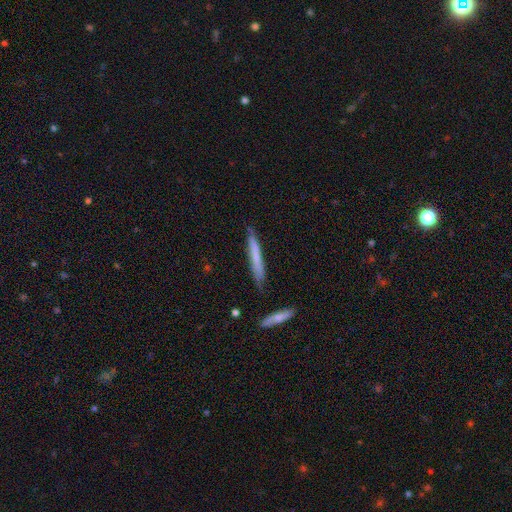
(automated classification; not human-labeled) Morphology: type=smooth (63%); roundness=cigar-shaped (96%); merging=none (80%).